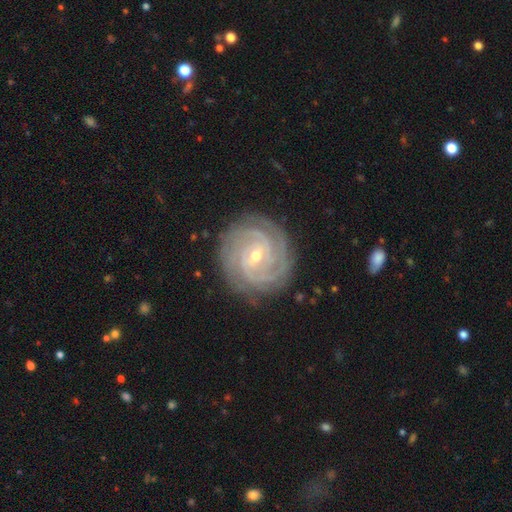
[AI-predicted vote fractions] Smooth or featured? Predicted: featured or disk (p=0.91). Edge-on disk? Predicted: no (p=0.98). Bar? Predicted: weak (p=0.48). Spiral arms? Predicted: yes (p=0.98). Spiral winding? Predicted: tight (p=0.83). Spiral arm count? Predicted: 3 (p=0.29). Bulge size? Predicted: small (p=0.59). Merging? Predicted: none (p=0.85).